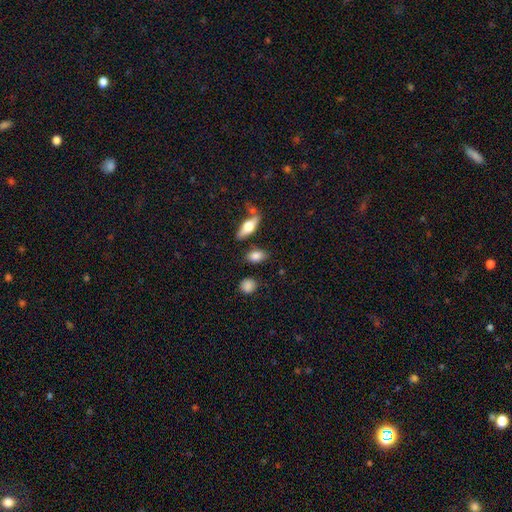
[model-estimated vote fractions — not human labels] smooth-or-featured: smooth: 77% | featured or disk: 15% | star or artifact: 8%
  how-rounded: in between: 78% | round: 13% | cigar-shaped: 10%
  merging: none: 75% | minor disturbance: 13% | merger: 7% | major disturbance: 4%